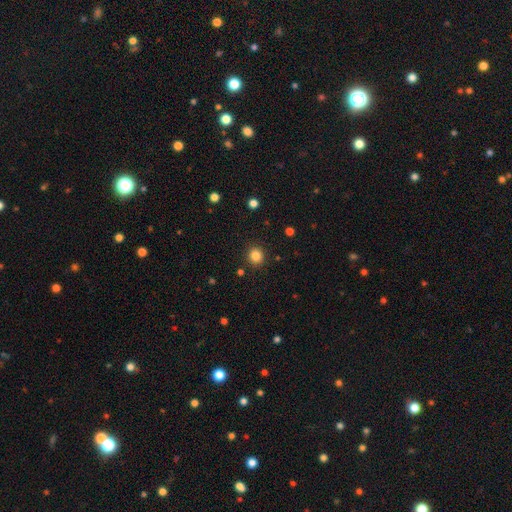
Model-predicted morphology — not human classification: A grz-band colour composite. It shows a smooth galaxy with no disk features (83%) that is round (90%). Merging: none (90%).